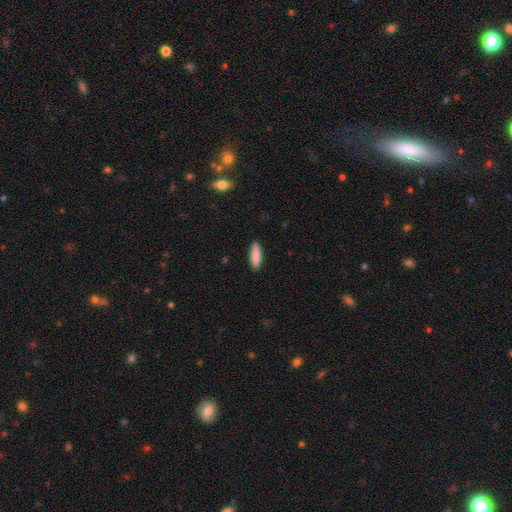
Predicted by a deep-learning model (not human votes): Smooth or featured? smooth (88%)
How rounded? cigar-shaped (64%)
Merging? none (89%)